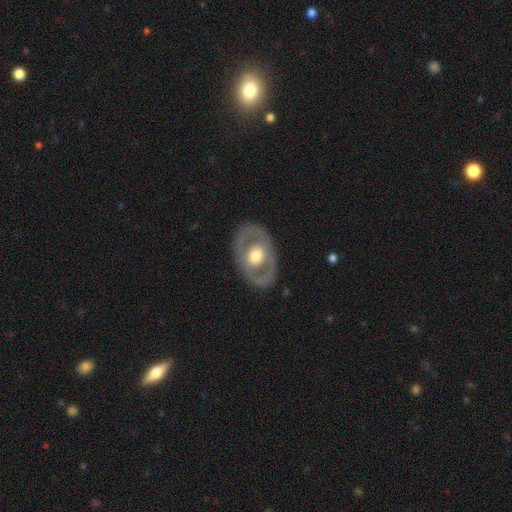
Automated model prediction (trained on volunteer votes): Smooth or featured? Predicted: featured or disk (p=0.61). Edge-on disk? Predicted: no (p=0.90). Bar? Predicted: no (p=0.76). Spiral arms? Predicted: no (p=0.83). Bulge size? Predicted: moderate (p=0.61). Merging? Predicted: none (p=0.82).